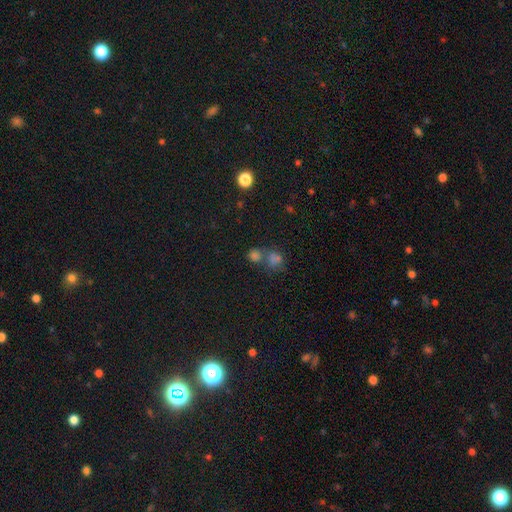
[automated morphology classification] Smooth or featured? smooth (64%)
How rounded? round (78%)
Merging? none (45%)